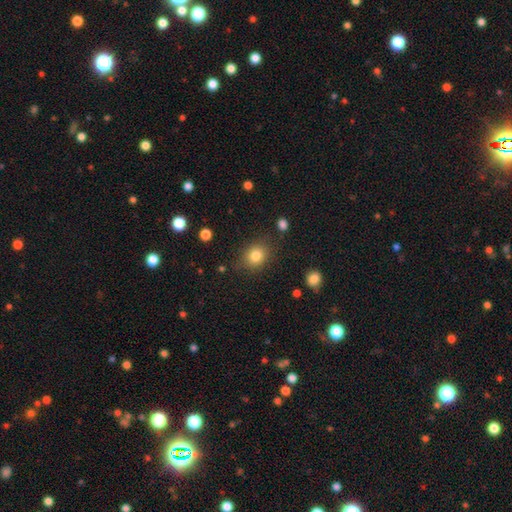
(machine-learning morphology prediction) Smooth or featured?
  - smooth: 82% *
  - star or artifact: 11%
  - featured or disk: 7%
How rounded?
  - round: 67% *
  - in between: 32%
  - cigar-shaped: 1%
Merging?
  - none: 82% *
  - minor disturbance: 12%
  - major disturbance: 4%
  - merger: 2%